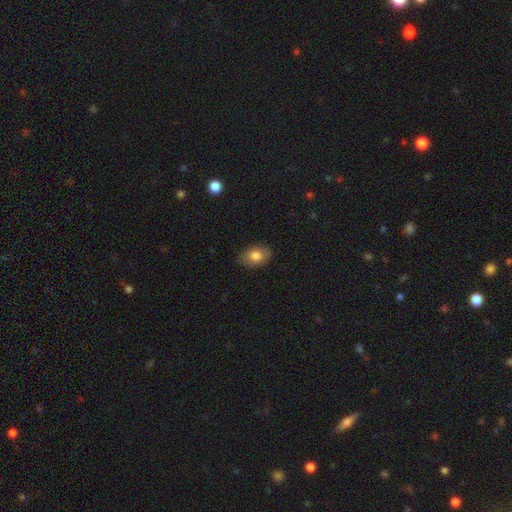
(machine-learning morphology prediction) A smooth galaxy with no disk features (78%) that is in between round and cigar-shaped (84%).

Vote fractions:
- Smooth or featured? smooth: 78% / featured or disk: 14% / star or artifact: 8%
- How rounded? in between: 84% / round: 15% / cigar-shaped: 1%
- Merging? none: 86% / minor disturbance: 11% / major disturbance: 2% / merger: 1%